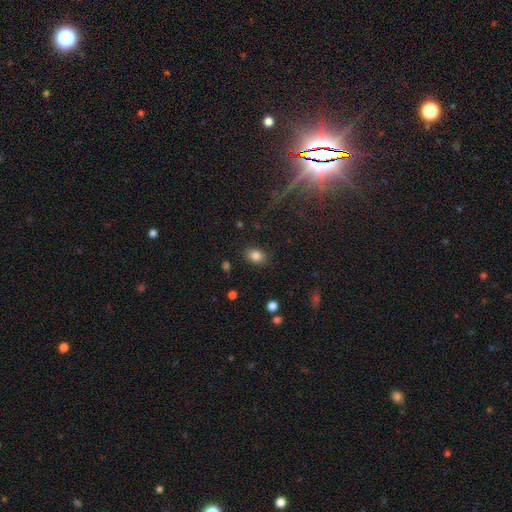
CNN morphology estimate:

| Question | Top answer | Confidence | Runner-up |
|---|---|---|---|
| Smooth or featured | smooth | 83% | star or artifact (10%) |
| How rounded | in between | 75% | round (24%) |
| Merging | none | 85% | minor disturbance (11%) |